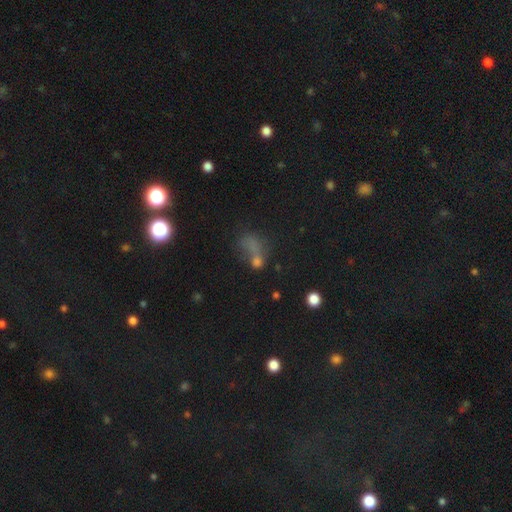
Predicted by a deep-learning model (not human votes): A smooth galaxy with no disk features (54%) that is in between round and cigar-shaped (56%). Merging: none (32%).